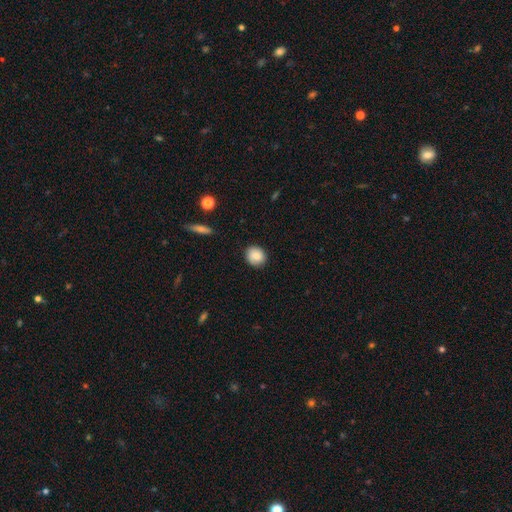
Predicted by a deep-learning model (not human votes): Overall: smooth (82%). How rounded: round (79%). Merging: none (85%).